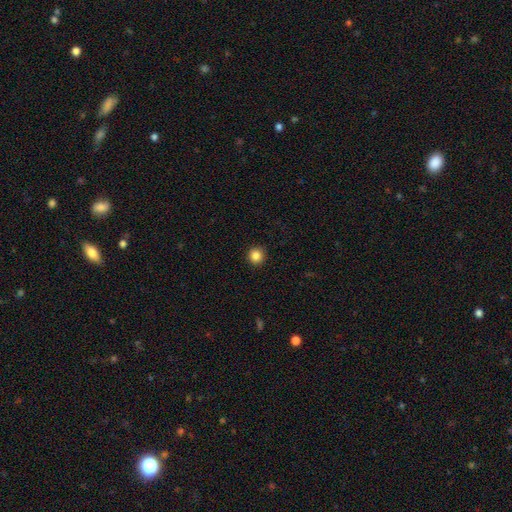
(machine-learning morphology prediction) Smooth or featured: smooth — 85% (star or artifact — 11%)
How rounded: round — 95% (in between — 4%)
Merging: none — 93% (minor disturbance — 4%)